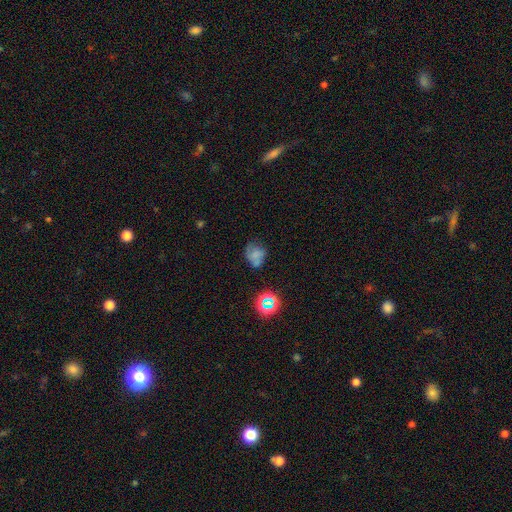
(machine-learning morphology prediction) Smooth or featured? smooth (55%)
How rounded? round (56%)
Merging? none (46%)